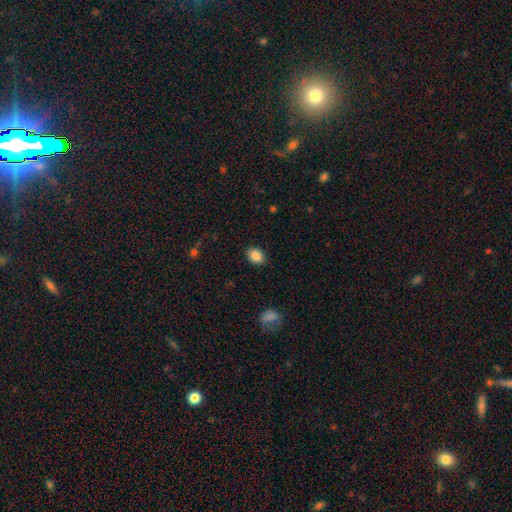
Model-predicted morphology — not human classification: A smooth galaxy with no disk features (87%) that is in between round and cigar-shaped (71%). Merging: none (87%).